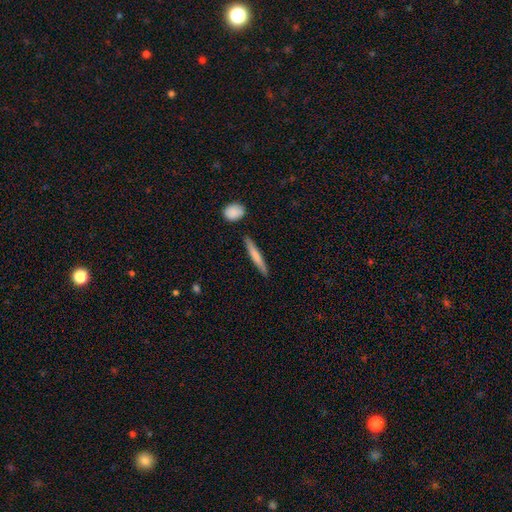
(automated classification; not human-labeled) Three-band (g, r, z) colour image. It shows a smooth galaxy with no disk features (68%) that is cigar-shaped (94%). Merging: none (87%).